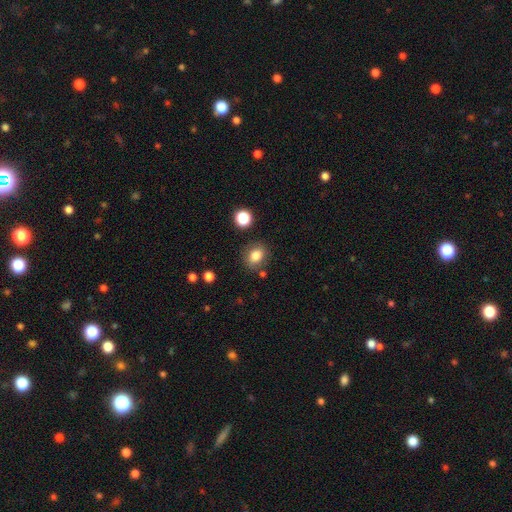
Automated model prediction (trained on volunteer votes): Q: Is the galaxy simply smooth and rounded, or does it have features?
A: smooth — 82%.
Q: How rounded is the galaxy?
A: round — 50%.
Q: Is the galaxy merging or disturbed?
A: none — 80%.